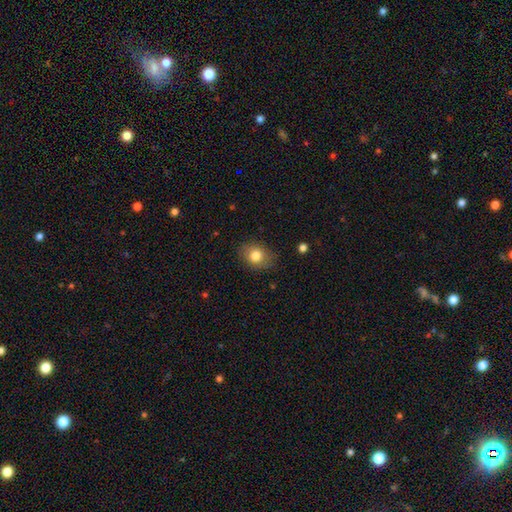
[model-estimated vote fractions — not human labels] A smooth galaxy with no disk features (80%) that is in between round and cigar-shaped (55%).

Vote fractions:
- Smooth or featured? smooth: 80% / featured or disk: 10% / star or artifact: 9%
- How rounded? in between: 55% / round: 44% / cigar-shaped: 1%
- Merging? none: 82% / minor disturbance: 14% / major disturbance: 4% / merger: 1%